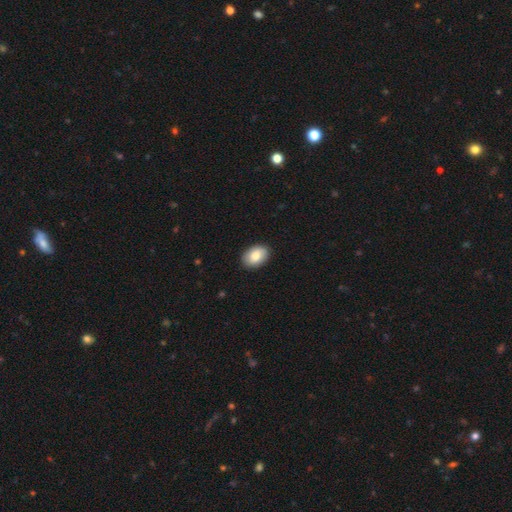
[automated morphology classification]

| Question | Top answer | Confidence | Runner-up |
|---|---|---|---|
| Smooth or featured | smooth | 86% | featured or disk (8%) |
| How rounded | in between | 83% | round (16%) |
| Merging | none | 89% | minor disturbance (8%) |